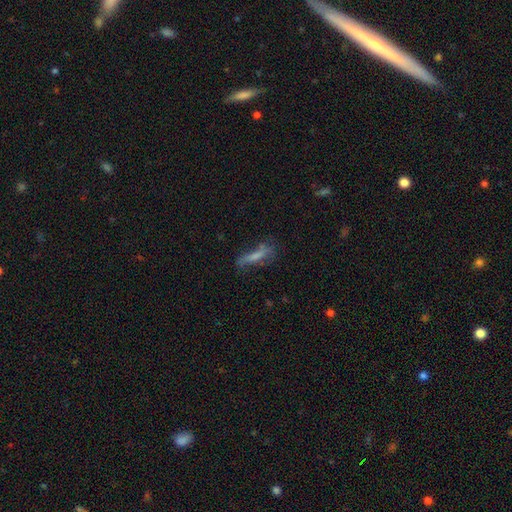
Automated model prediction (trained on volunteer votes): The model was most divided on "smooth or featured": smooth: 49%, featured or disk: 37%, star or artifact: 14%. More confident: merging — none (54%).